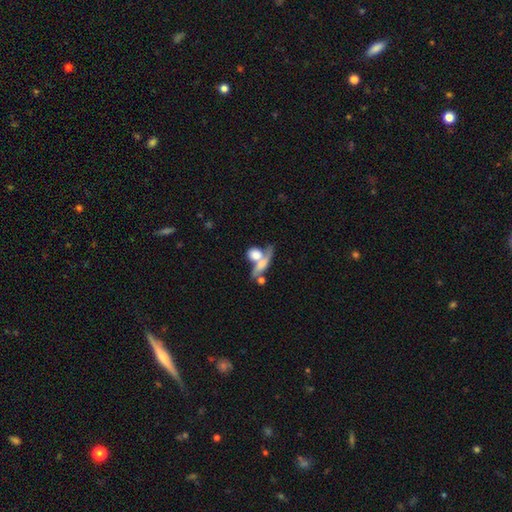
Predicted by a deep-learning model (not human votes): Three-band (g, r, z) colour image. It shows a smooth galaxy with no disk features (62%) that is in between round and cigar-shaped (45%). Merging: merger (54%).